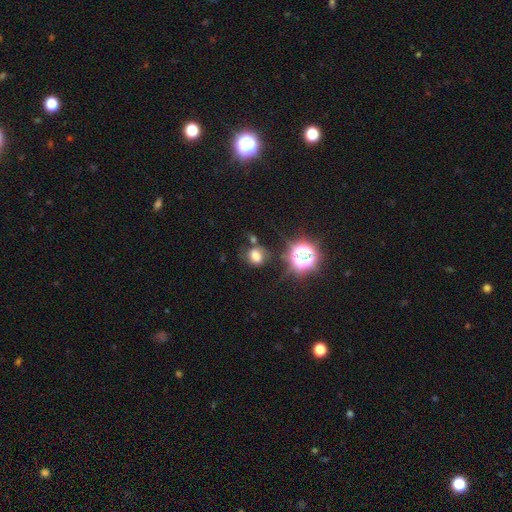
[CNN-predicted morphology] This is likely a smooth galaxy (65%). How rounded: possibly round (58%). Merging: likely none (65%).